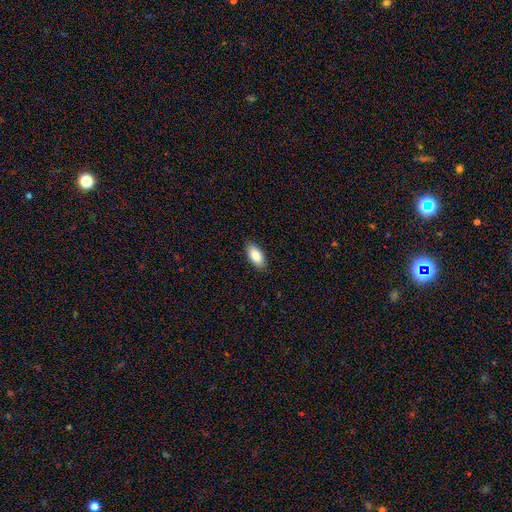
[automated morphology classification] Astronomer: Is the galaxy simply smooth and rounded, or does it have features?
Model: smooth — 86%.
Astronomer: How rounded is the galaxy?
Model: in between — 91%.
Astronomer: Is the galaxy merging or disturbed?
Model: none — 88%.